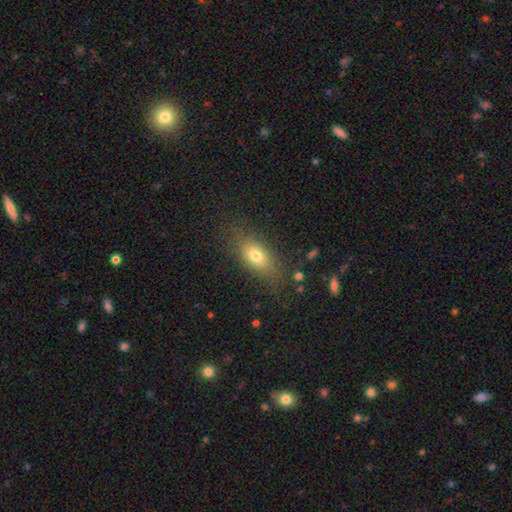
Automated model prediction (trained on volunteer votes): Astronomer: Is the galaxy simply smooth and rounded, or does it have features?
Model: smooth — 73%.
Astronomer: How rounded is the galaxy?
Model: in between — 78%.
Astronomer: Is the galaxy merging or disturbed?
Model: none — 76%.